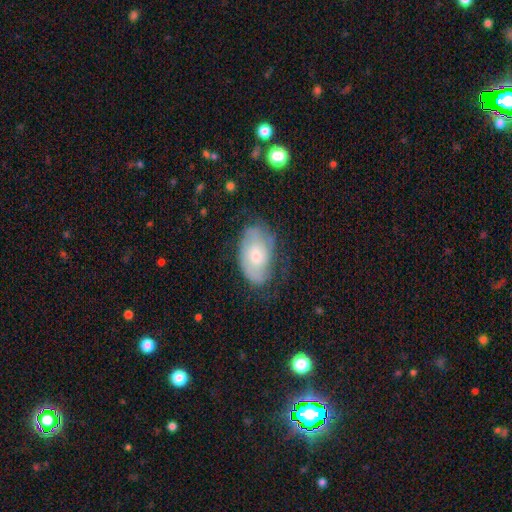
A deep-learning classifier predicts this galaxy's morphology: Smooth or featured? Predicted: smooth (p=0.47). Merging? Predicted: none (p=0.59).